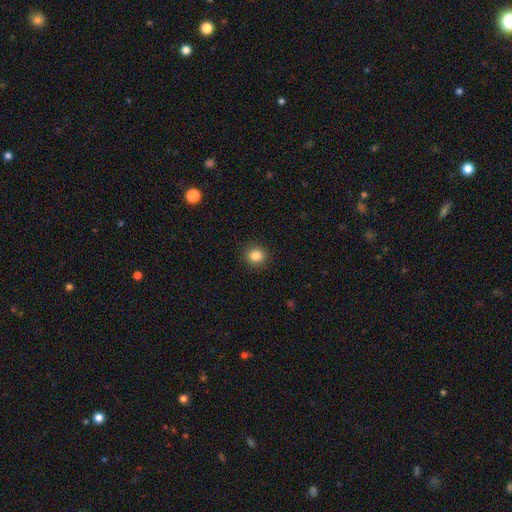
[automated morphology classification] Smooth or featured: smooth — 86% (star or artifact — 10%)
How rounded: round — 85% (in between — 14%)
Merging: none — 91% (minor disturbance — 6%)